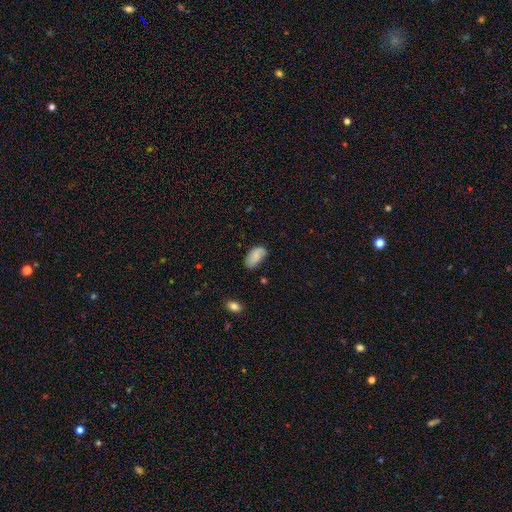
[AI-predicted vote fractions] This appears to be a smooth galaxy with no disk features (83%) that is in between round and cigar-shaped (95%). Merging: none (73%).